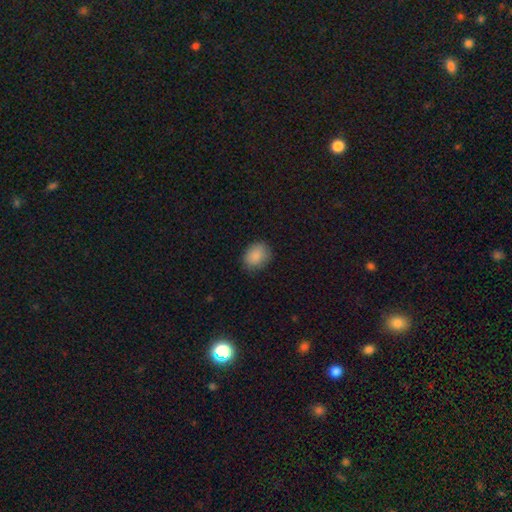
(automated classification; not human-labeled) smooth_or_featured: smooth (p=0.88) [alt: star or artifact p=0.07]
how_rounded: in between (p=0.55) [alt: round p=0.44]
merging: none (p=0.81) [alt: minor disturbance p=0.15]